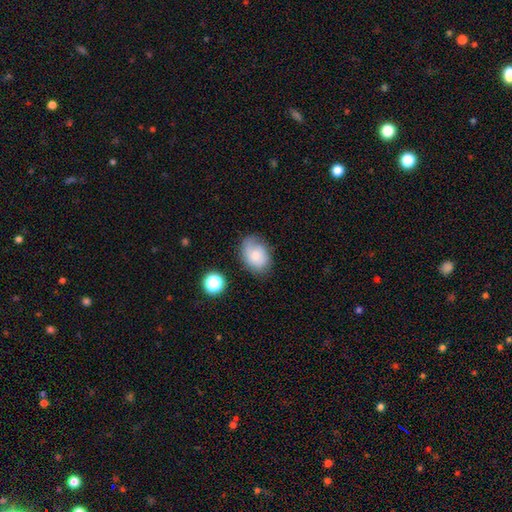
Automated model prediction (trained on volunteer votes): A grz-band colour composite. It shows a smooth galaxy with no disk features (66%) that is in between round and cigar-shaped (74%). Merging: none (65%).